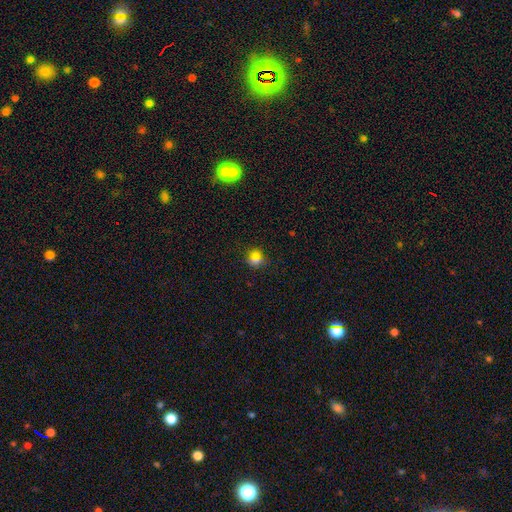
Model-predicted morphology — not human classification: smooth-or-featured: smooth: 66% | star or artifact: 23% | featured or disk: 10%
  how-rounded: round: 81% | in between: 17% | cigar-shaped: 2%
  merging: none: 70% | merger: 14% | minor disturbance: 11% | major disturbance: 5%